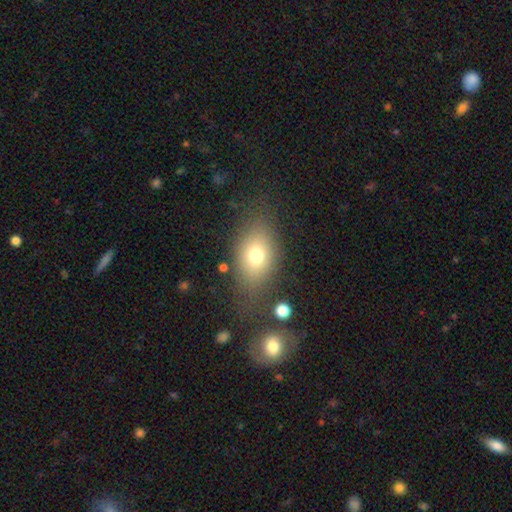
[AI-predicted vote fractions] This is likely a smooth galaxy (72%). How rounded: likely in between (76%). Merging: likely none (69%).